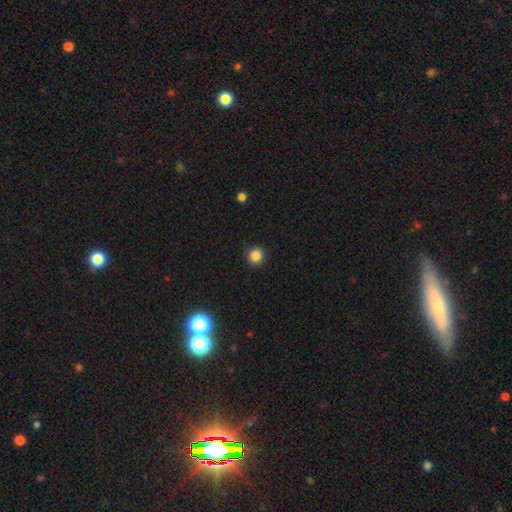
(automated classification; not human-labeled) This is clearly a smooth galaxy (85%). How rounded: clearly round (94%). Merging: clearly none (91%).